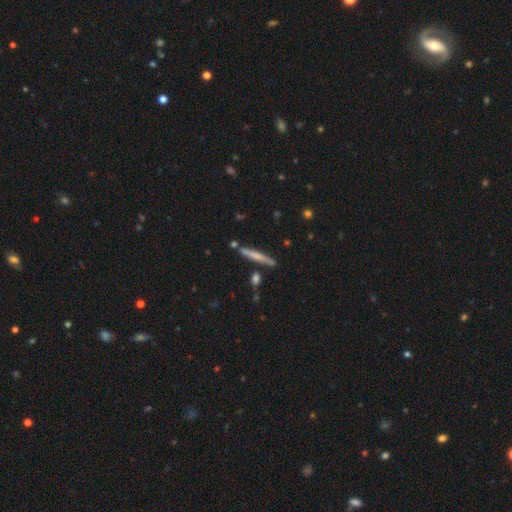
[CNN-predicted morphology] smooth-or-featured: smooth: 54% | featured or disk: 40% | star or artifact: 6%
  how-rounded: cigar-shaped: 95% | in between: 3% | round: 2%
  merging: none: 82% | minor disturbance: 11% | merger: 6% | major disturbance: 2%